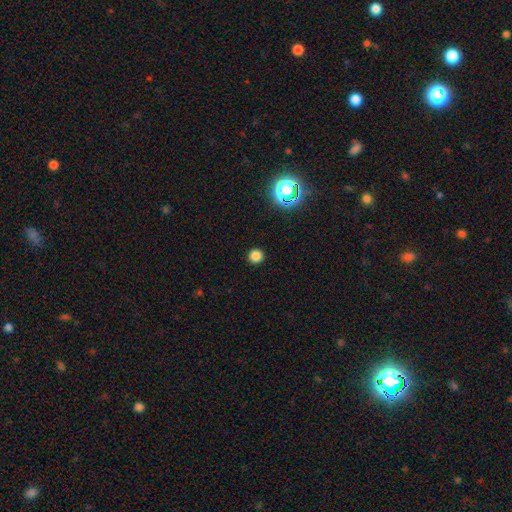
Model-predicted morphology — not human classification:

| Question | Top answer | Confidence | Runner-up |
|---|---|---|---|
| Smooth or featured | smooth | 81% | star or artifact (16%) |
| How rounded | round | 94% | in between (5%) |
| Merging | none | 92% | minor disturbance (5%) |